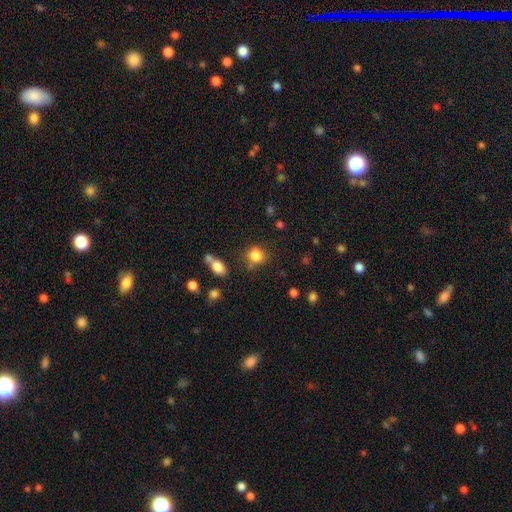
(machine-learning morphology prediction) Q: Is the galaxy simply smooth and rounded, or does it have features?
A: smooth — 83%.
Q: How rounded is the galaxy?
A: round — 77%.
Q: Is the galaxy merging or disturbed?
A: none — 72%.